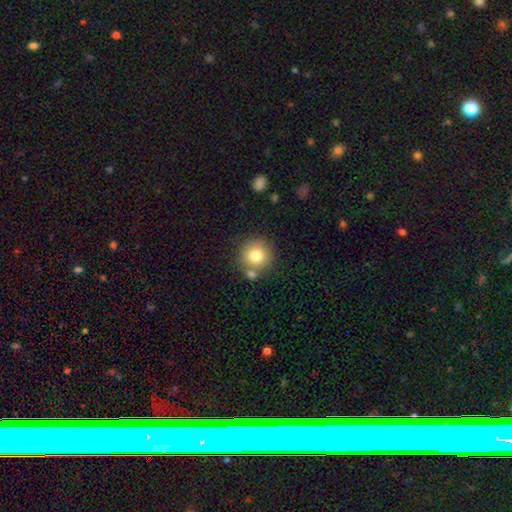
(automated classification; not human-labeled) This is likely a smooth galaxy (80%). How rounded: clearly round (92%). Merging: likely none (70%).